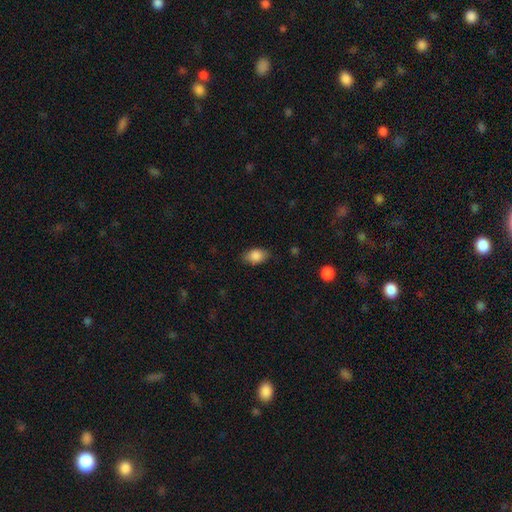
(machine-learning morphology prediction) smooth_or_featured: smooth (p=0.85) [alt: star or artifact p=0.08]
how_rounded: in between (p=0.86) [alt: round p=0.12]
merging: none (p=0.80) [alt: minor disturbance p=0.15]